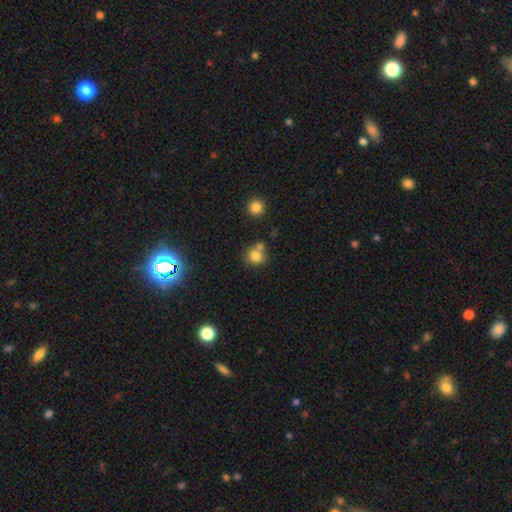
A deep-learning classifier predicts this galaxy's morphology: The model was most divided on "merging": none: 55%, merger: 28%, minor disturbance: 12%, major disturbance: 4%. More confident: how rounded — round (80%); smooth or featured — smooth (79%).